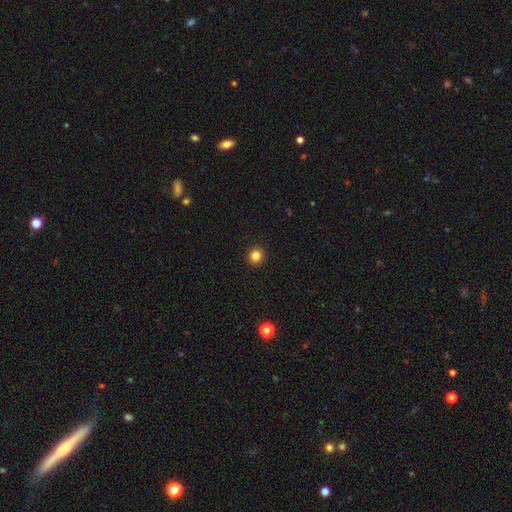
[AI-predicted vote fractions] A smooth galaxy with no disk features (83%) that is round (91%).

Vote fractions:
- Smooth or featured? smooth: 83% / star or artifact: 12% / featured or disk: 4%
- How rounded? round: 91% / in between: 8% / cigar-shaped: 1%
- Merging? none: 93% / minor disturbance: 5% / major disturbance: 2% / merger: 1%